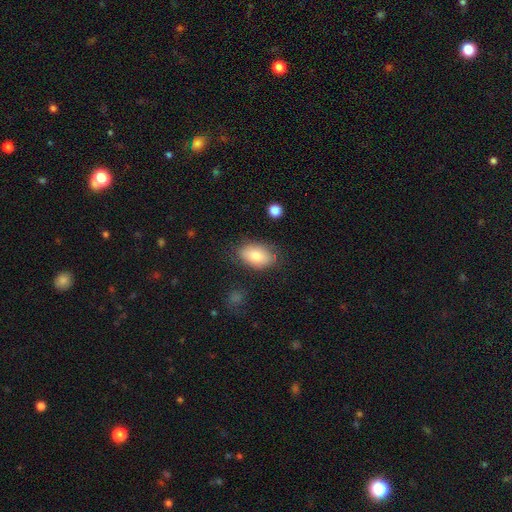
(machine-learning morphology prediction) type=smooth (82%); roundness=in between (91%); merging=none (77%).